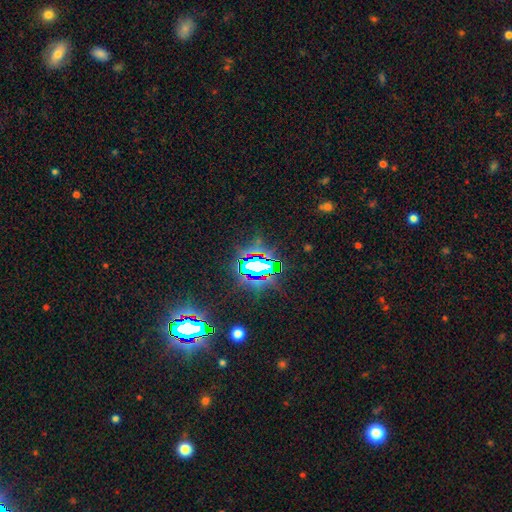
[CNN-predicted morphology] star or artifact 81%, smooth 11%, featured or disk 8%.